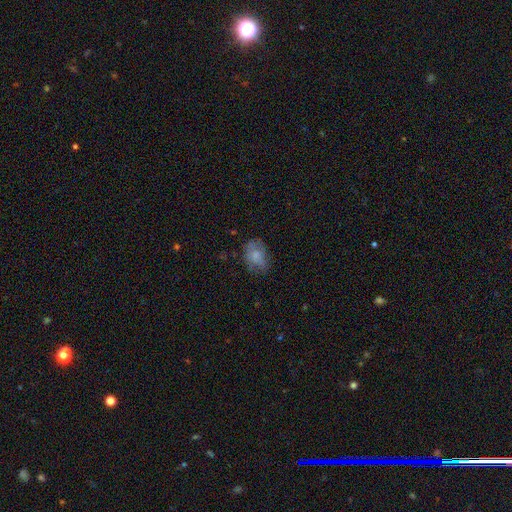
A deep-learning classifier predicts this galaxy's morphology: Smooth or featured?
  - smooth: 72% *
  - featured or disk: 18%
  - star or artifact: 10%
How rounded?
  - in between: 70% *
  - round: 29%
  - cigar-shaped: 1%
Merging?
  - none: 56% *
  - minor disturbance: 27%
  - major disturbance: 14%
  - merger: 2%